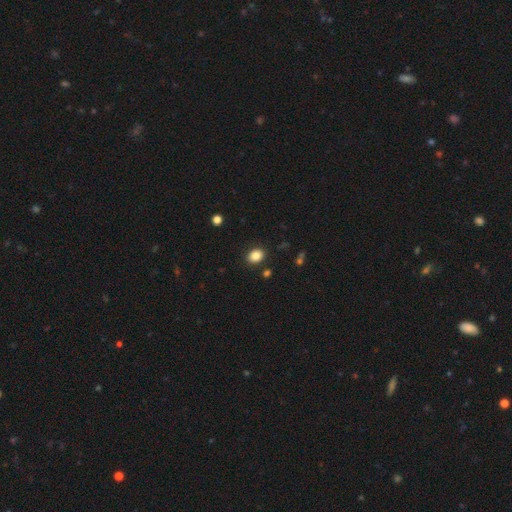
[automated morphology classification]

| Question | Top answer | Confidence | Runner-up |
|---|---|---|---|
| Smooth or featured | smooth | 85% | star or artifact (10%) |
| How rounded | in between | 54% | round (45%) |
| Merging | none | 87% | minor disturbance (8%) |